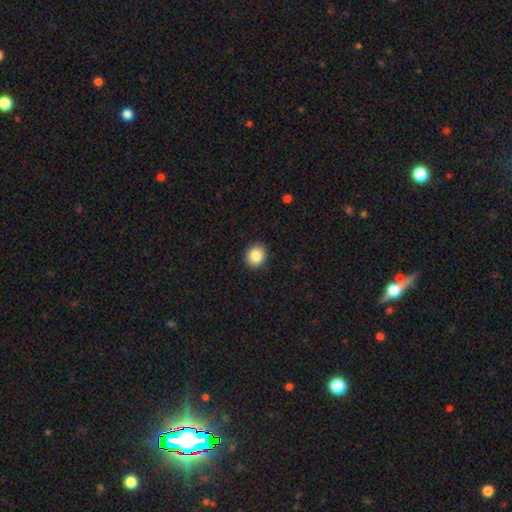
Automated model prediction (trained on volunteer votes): smooth 85%, star or artifact 9%, featured or disk 6%. Down the decision tree: how rounded — round (75%); merging — none (91%).